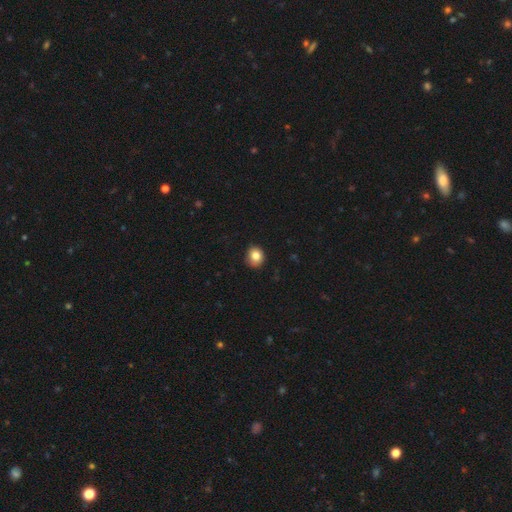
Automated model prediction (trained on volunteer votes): The model was most divided on "how rounded": round: 72%, in between: 27%, cigar-shaped: 1%. More confident: merging — none (84%); smooth or featured — smooth (83%).